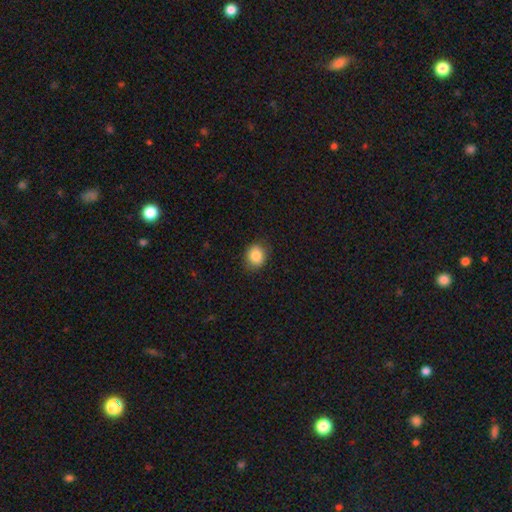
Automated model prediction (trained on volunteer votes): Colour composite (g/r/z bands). It shows a smooth galaxy with no disk features (85%) that is round (64%). Merging: none (84%).